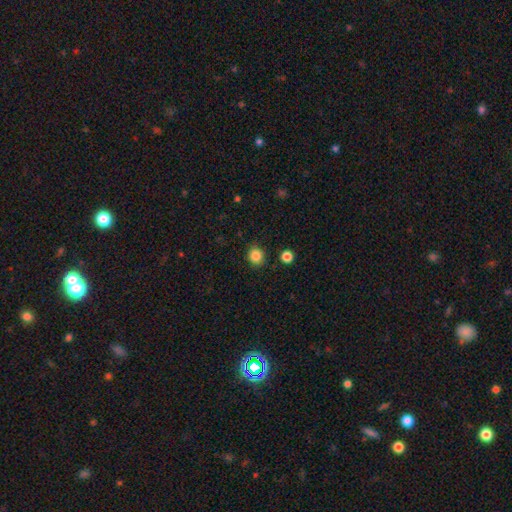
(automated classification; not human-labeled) Smooth or featured?
  - smooth: 86% *
  - star or artifact: 11%
  - featured or disk: 4%
How rounded?
  - round: 81% *
  - in between: 18%
  - cigar-shaped: 1%
Merging?
  - none: 86% *
  - minor disturbance: 10%
  - major disturbance: 3%
  - merger: 2%